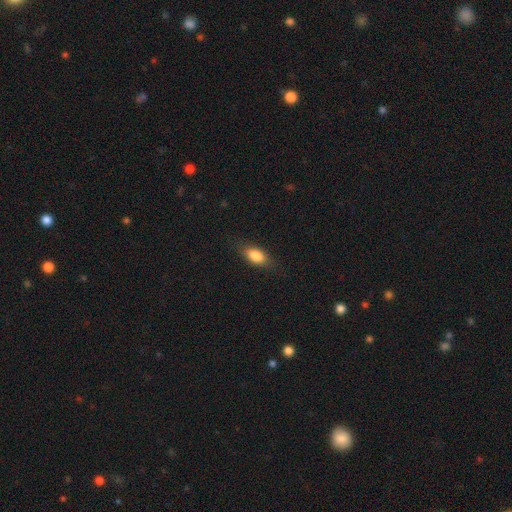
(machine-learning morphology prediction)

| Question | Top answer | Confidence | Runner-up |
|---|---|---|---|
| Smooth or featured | smooth | 83% | featured or disk (10%) |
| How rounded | in between | 83% | cigar-shaped (11%) |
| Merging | none | 79% | minor disturbance (15%) |